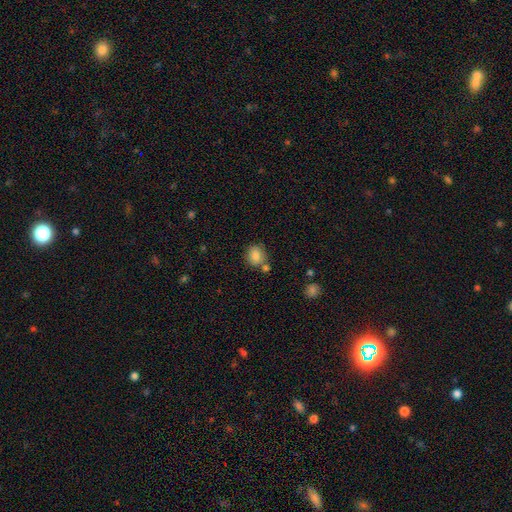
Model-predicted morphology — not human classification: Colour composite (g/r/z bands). It shows a smooth galaxy with no disk features (84%) that is round (72%). Merging: none (67%).